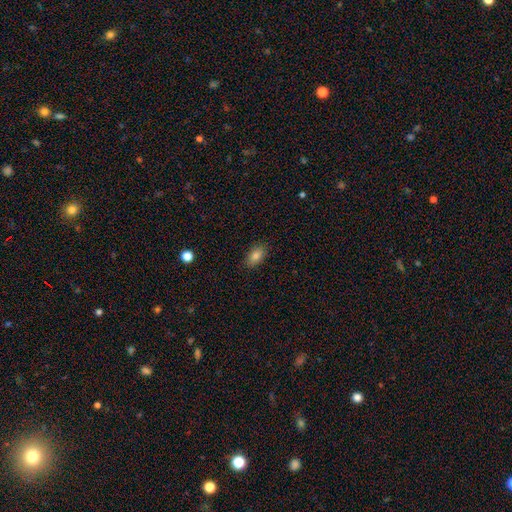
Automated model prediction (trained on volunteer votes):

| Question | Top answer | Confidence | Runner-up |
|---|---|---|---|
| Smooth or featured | smooth | 82% | star or artifact (9%) |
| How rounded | in between | 89% | round (7%) |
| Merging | none | 87% | minor disturbance (10%) |